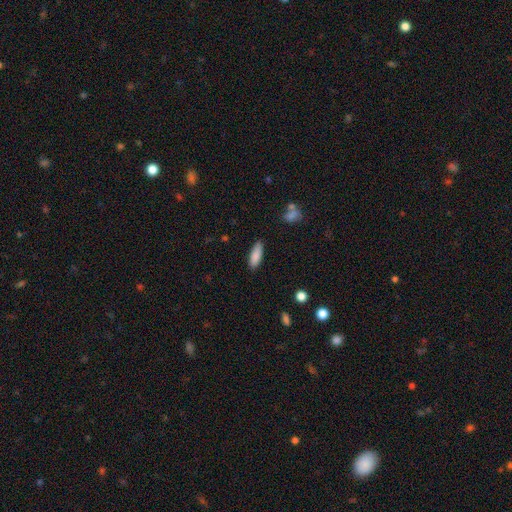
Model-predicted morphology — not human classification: Smooth or featured: smooth — 87% (star or artifact — 7%)
How rounded: in between — 61% (cigar-shaped — 37%)
Merging: none — 84% (minor disturbance — 12%)